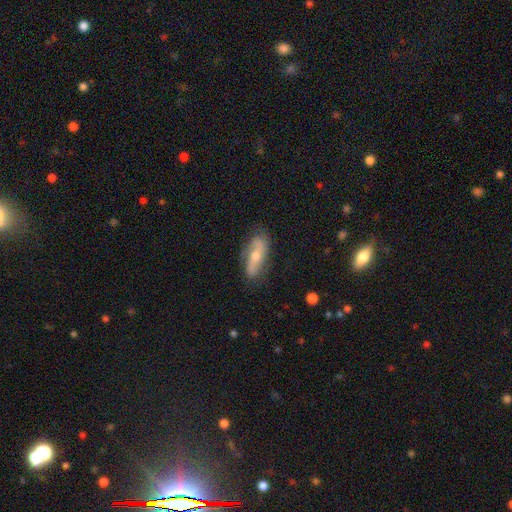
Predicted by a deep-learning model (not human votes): Overall: featured or disk (60%; smooth 32%). Edge-on disk: no (77%). Merging: none (77%).